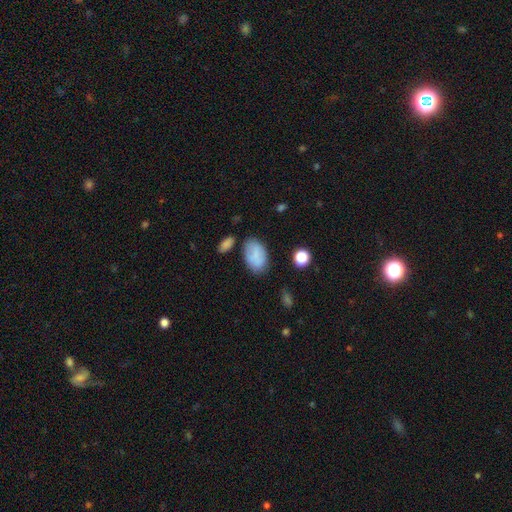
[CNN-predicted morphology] Smooth or featured? smooth (77%)
How rounded? in between (90%)
Merging? none (67%)